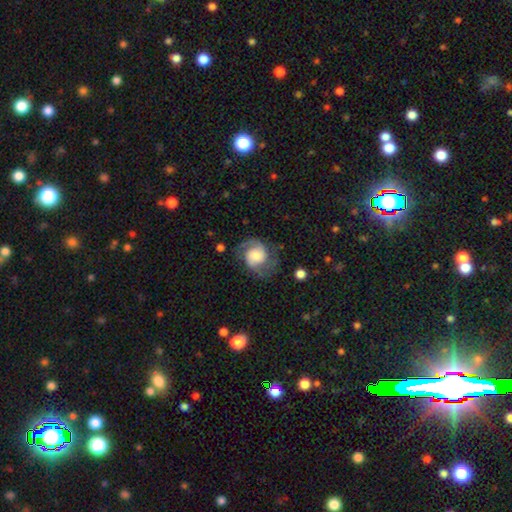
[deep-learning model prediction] Overall: featured or disk (75%). Edge-on disk: no (98%). Bar: no (65%; weak 28%). Spiral arms: yes (94%). Spiral arm count: 2 (87%). Spiral winding: medium (50%; tight 28%). Bulge size: moderate (36%; large 26%). Merging: none (67%).